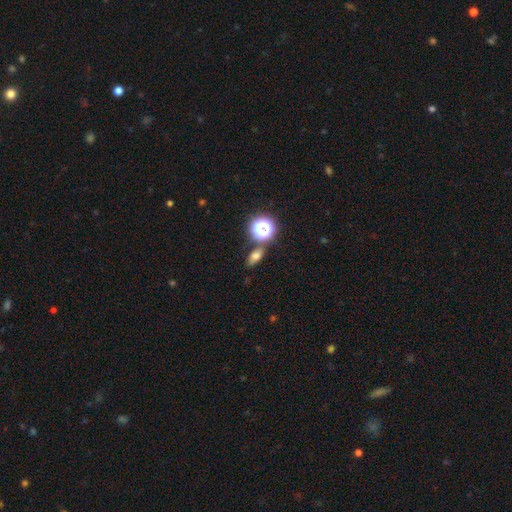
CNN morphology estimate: Smooth or featured? Predicted: smooth (p=0.67). How rounded? Predicted: in between (p=0.71). Merging? Predicted: none (p=0.74).